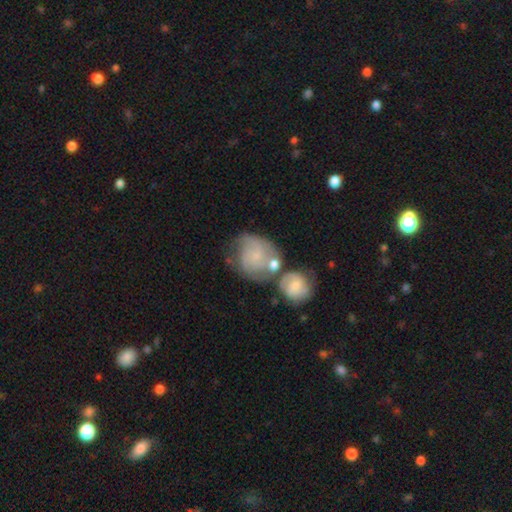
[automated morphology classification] Smooth or featured?
  - featured or disk: 52% *
  - smooth: 40%
  - star or artifact: 7%
Edge-on disk?
  - no: 97% *
  - yes: 3%
Bar?
  - no: 73% *
  - weak: 23%
  - strong: 3%
Spiral arms?
  - yes: 82% *
  - no: 18%
Bulge size?
  - small: 68% *
  - moderate: 16%
  - none: 13%
  - large: 2%
  - dominant: 1%
Merging?
  - merger: 35% *
  - none: 34%
  - minor disturbance: 19%
  - major disturbance: 12%